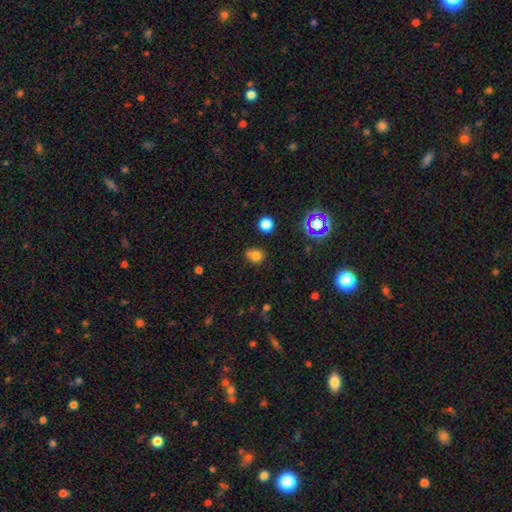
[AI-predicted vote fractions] This is likely a smooth galaxy (76%). How rounded: likely round (67%). Merging: likely none (65%).